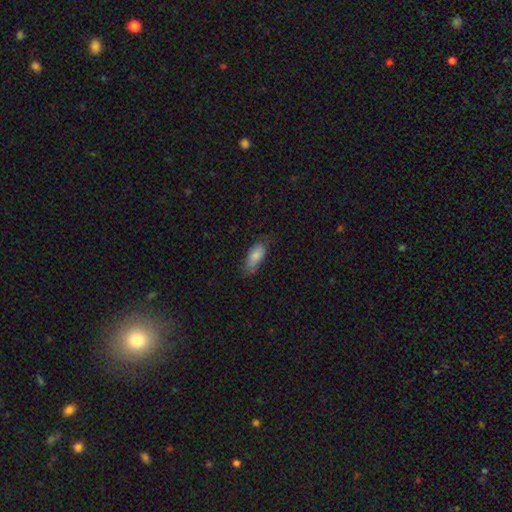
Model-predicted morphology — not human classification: A smooth galaxy with no disk features (81%) that is in between round and cigar-shaped (86%). Merging: none (64%).